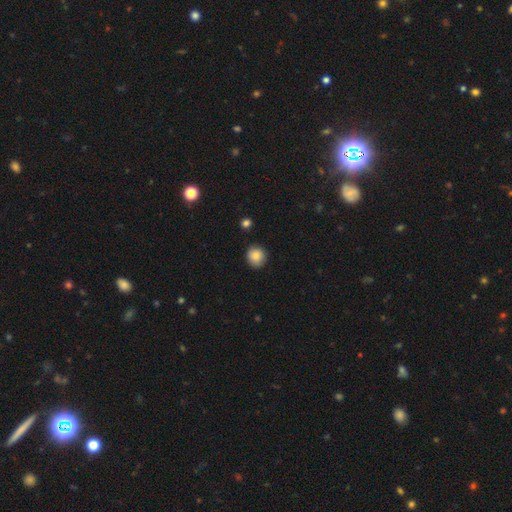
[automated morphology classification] type=smooth (86%); roundness=round (88%); merging=none (88%).